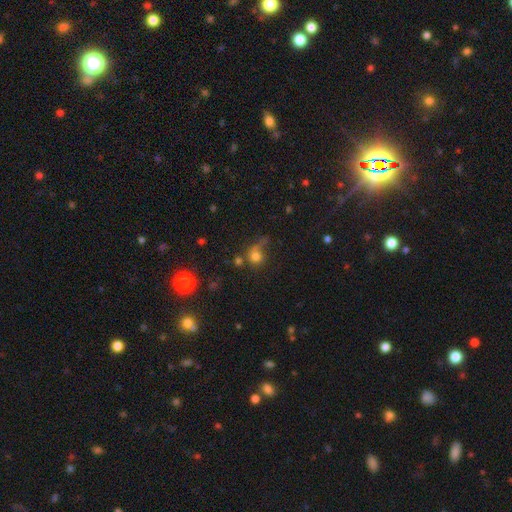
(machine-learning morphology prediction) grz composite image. It shows a smooth galaxy with no disk features (73%) that is round (85%). Merging: none (45%).